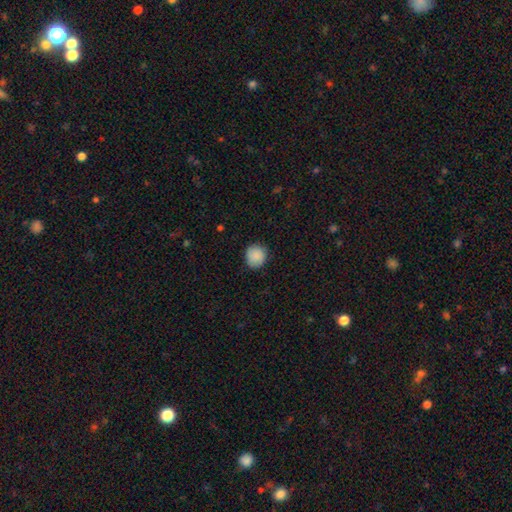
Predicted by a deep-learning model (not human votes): Smooth or featured: smooth — 89% (star or artifact — 8%)
How rounded: round — 88% (in between — 11%)
Merging: none — 86% (minor disturbance — 11%)